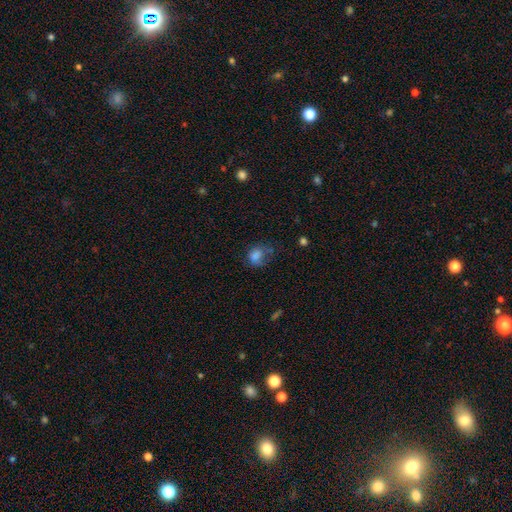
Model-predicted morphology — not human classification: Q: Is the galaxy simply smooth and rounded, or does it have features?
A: smooth — 71%.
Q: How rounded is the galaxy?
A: in between — 54%.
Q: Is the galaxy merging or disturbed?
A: none — 33%, tied with major disturbance.